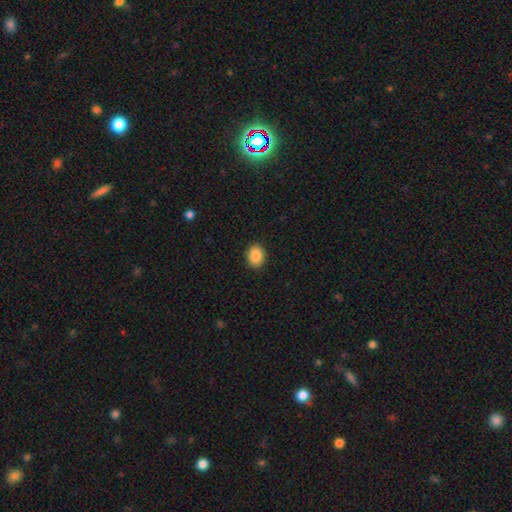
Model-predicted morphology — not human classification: Smooth or featured? smooth (89%)
How rounded? in between (63%)
Merging? none (90%)